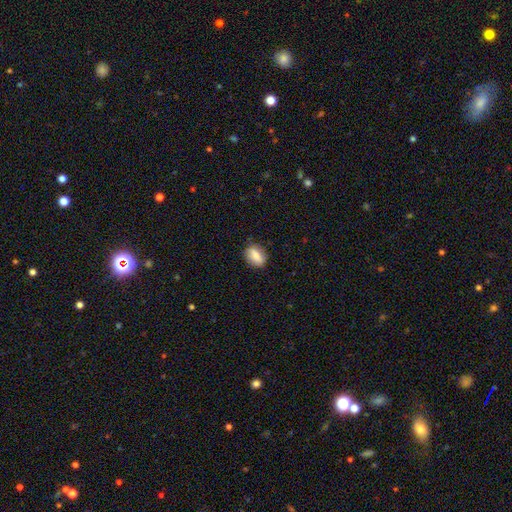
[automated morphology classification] smooth-or-featured: smooth: 77% | featured or disk: 16% | star or artifact: 8%
  how-rounded: in between: 74% | round: 21% | cigar-shaped: 6%
  merging: none: 83% | minor disturbance: 13% | major disturbance: 3% | merger: 1%